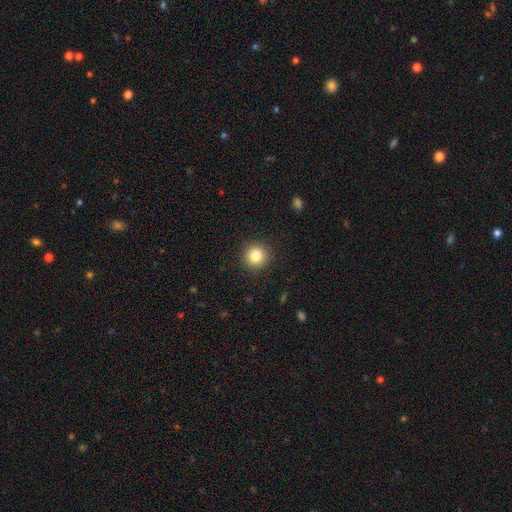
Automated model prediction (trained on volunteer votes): Morphology: type=smooth (84%); roundness=round (94%); merging=none (91%).